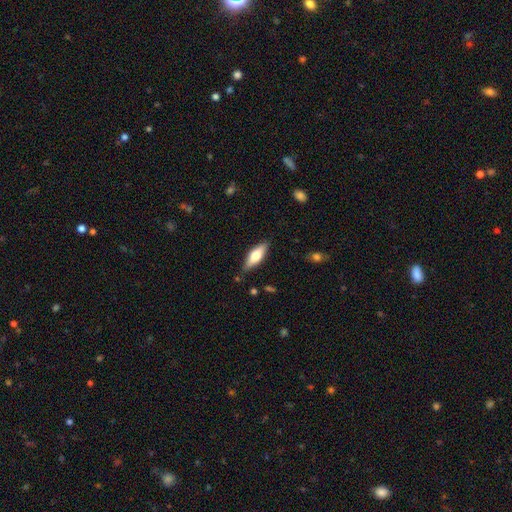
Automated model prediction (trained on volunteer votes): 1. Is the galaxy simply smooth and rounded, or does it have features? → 63% smooth, 31% featured or disk, 6% star or artifact.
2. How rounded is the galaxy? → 63% in between, 34% cigar-shaped, 2% round.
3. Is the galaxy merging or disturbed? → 83% none, 13% minor disturbance, 3% major disturbance, 2% merger.